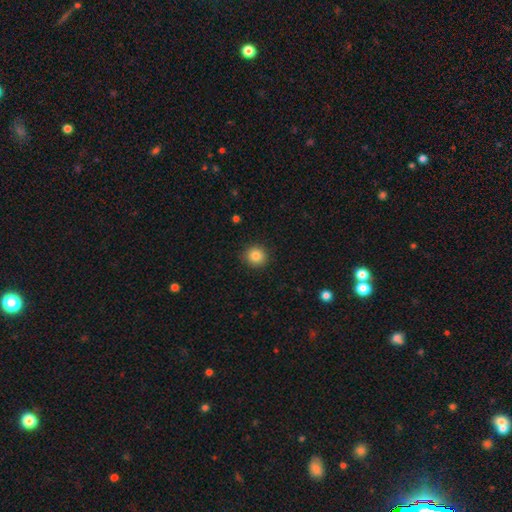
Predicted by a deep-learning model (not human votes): smooth-or-featured: smooth: 85% | star or artifact: 10% | featured or disk: 5%
  how-rounded: round: 91% | in between: 8% | cigar-shaped: 1%
  merging: none: 91% | minor disturbance: 6% | major disturbance: 2% | merger: 1%